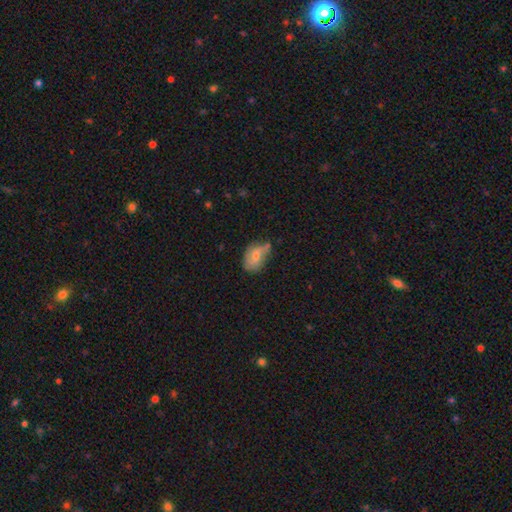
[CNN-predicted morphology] Smooth or featured?
  - smooth: 59% *
  - featured or disk: 31%
  - star or artifact: 10%
How rounded?
  - in between: 84% *
  - round: 13%
  - cigar-shaped: 2%
Merging?
  - none: 40% * (tied)
  - minor disturbance: 40% * (tied)
  - major disturbance: 15%
  - merger: 6%